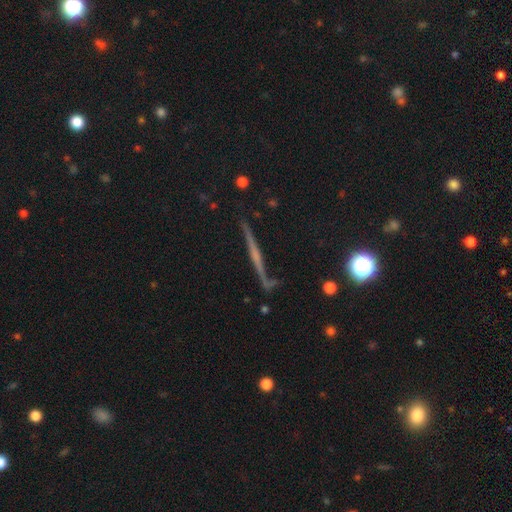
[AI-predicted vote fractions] A featured or disk galaxy (72%) viewed edge-on (93%) with no central bulge (50%).

Vote fractions:
- Smooth or featured? featured or disk: 72% / smooth: 17% / star or artifact: 11%
- Edge-on disk? yes: 93% / no: 7%
- Edge-on bulge? none: 50% / rounded: 39% / boxy: 11%
- Merging? none: 78% / minor disturbance: 14% / major disturbance: 4% / merger: 4%